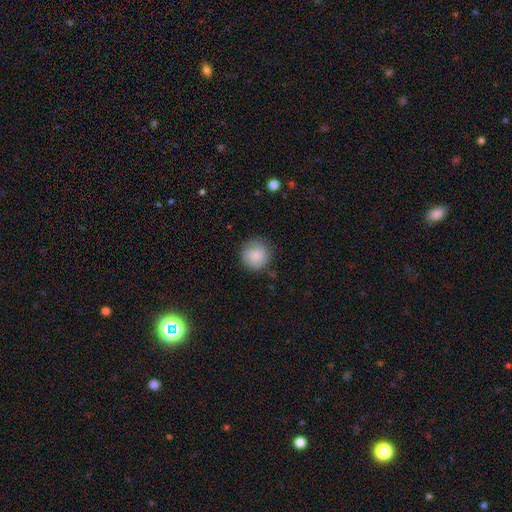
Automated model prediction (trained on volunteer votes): Smooth or featured? smooth (84%)
How rounded? round (94%)
Merging? none (82%)